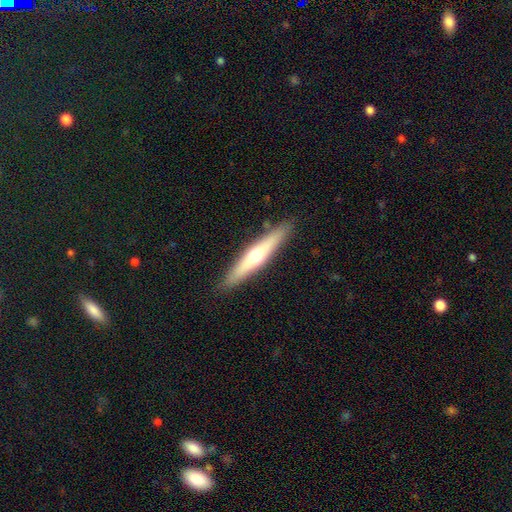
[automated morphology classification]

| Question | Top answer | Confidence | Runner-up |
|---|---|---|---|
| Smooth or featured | featured or disk | 50% | smooth (44%) |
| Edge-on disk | yes | 91% | no (9%) |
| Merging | none | 89% | minor disturbance (8%) |